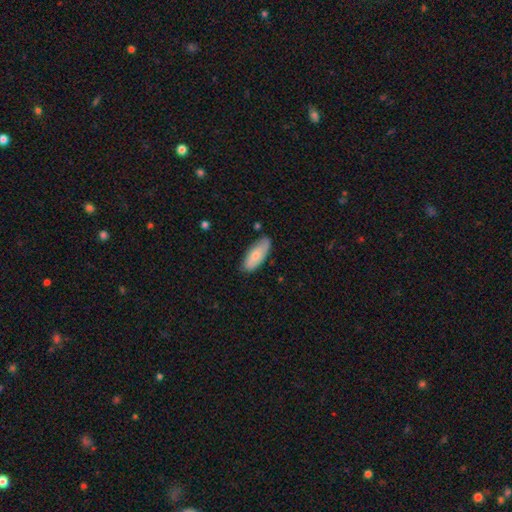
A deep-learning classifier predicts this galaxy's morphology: This is likely a smooth galaxy (74%). How rounded: clearly in between (80%). Merging: likely none (78%).